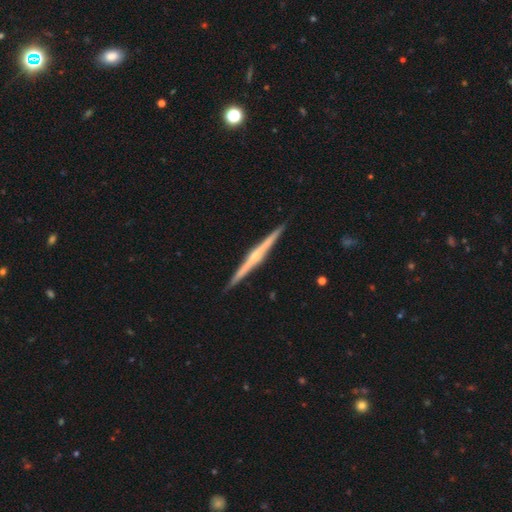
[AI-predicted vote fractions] Morphology: type=featured or disk (79%); edge-on=yes (99%); edge-on bulge=rounded (68%); merging=none (93%).